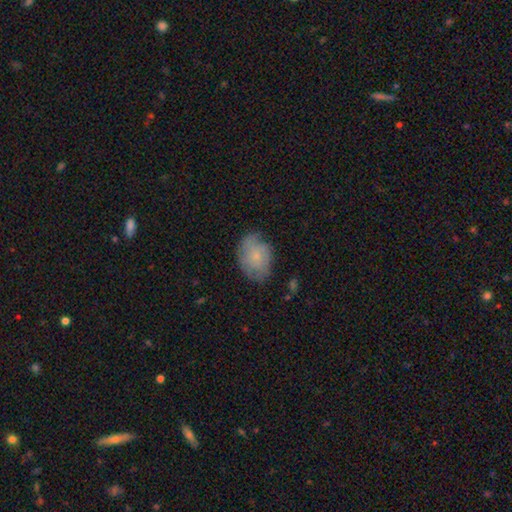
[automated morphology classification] A smooth galaxy with no disk features (60%) that is in between round and cigar-shaped (72%). Merging: none (66%).